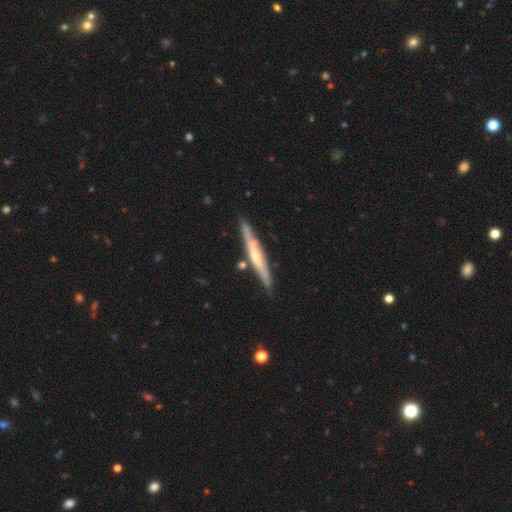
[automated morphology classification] Smooth or featured? Predicted: featured or disk (p=0.66). Edge-on disk? Predicted: yes (p=0.91). Edge-on bulge? Predicted: rounded (p=0.55). Merging? Predicted: none (p=0.79).